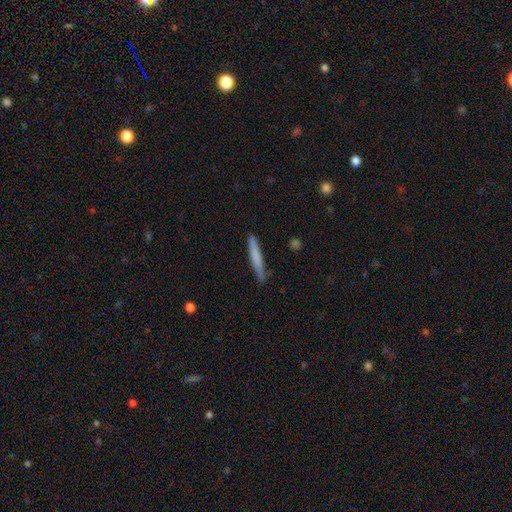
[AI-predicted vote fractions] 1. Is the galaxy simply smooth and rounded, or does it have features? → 70% smooth, 25% featured or disk, 6% star or artifact.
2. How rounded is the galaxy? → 96% cigar-shaped, 3% in between, 1% round.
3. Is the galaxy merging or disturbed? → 87% none, 10% minor disturbance, 2% major disturbance, 1% merger.